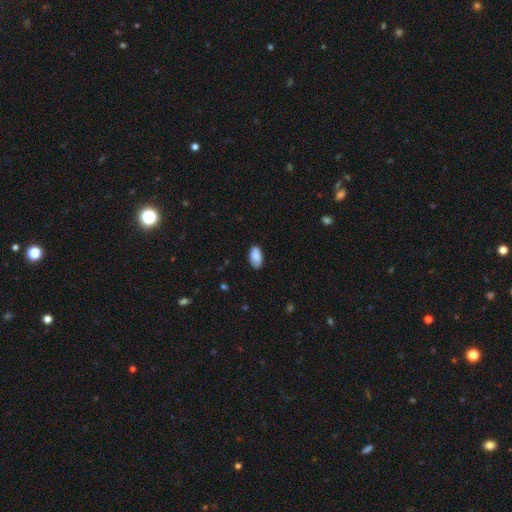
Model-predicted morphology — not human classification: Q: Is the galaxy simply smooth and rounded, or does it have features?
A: smooth — 85%.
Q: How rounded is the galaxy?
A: in between — 94%.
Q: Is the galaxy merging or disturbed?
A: none — 75%.